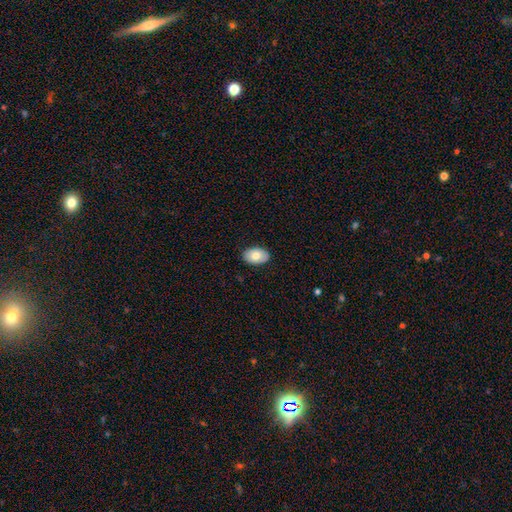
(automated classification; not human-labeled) A smooth galaxy with no disk features (76%) that is in between round and cigar-shaped (89%). Merging: none (88%).